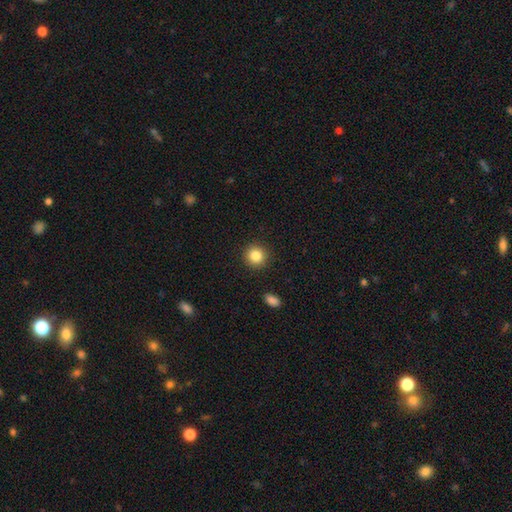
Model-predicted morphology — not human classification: A smooth galaxy with no disk features (85%) that is round (91%). Merging: none (91%).